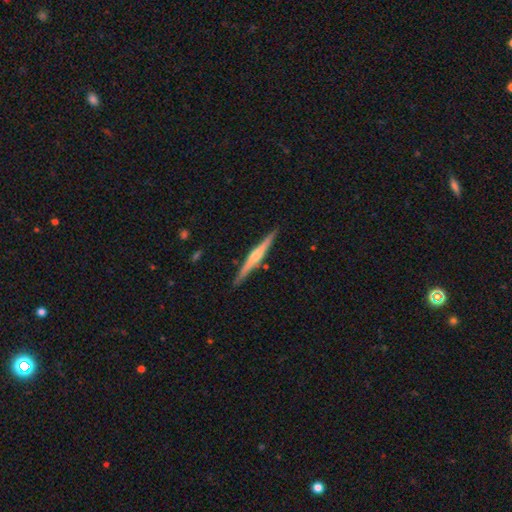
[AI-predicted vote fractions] Smooth or featured: featured or disk — 69% (smooth — 25%)
Edge-on disk: yes — 98% (no — 2%)
Edge-on bulge: rounded — 74% (none — 16%)
Merging: none — 88% (minor disturbance — 8%)